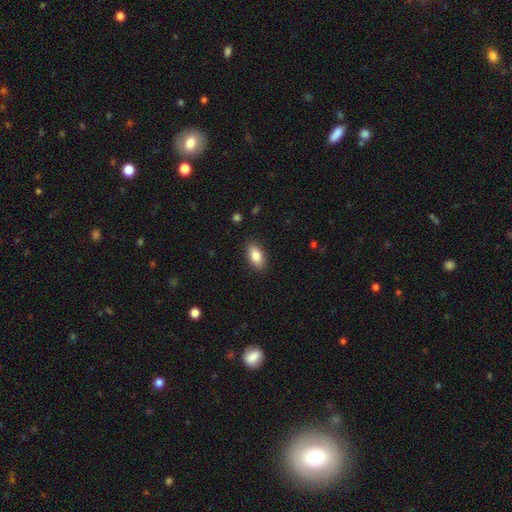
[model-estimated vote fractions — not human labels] smooth-or-featured: smooth: 84% | featured or disk: 9% | star or artifact: 7%
  how-rounded: in between: 90% | cigar-shaped: 7% | round: 4%
  merging: none: 88% | minor disturbance: 9% | major disturbance: 2% | merger: 1%